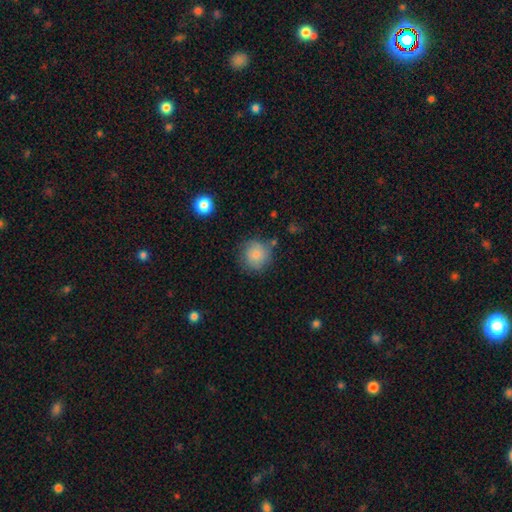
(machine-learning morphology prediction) smooth 80%, featured or disk 12%, star or artifact 8%. Down the decision tree: how rounded — round (90%); merging — none (72%).